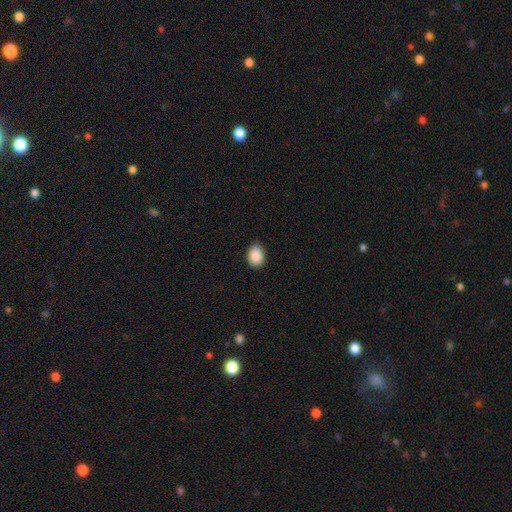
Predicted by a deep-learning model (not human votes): smooth-or-featured: smooth: 90% | star or artifact: 7% | featured or disk: 3%
  how-rounded: in between: 71% | round: 28% | cigar-shaped: 1%
  merging: none: 82% | minor disturbance: 15% | major disturbance: 2% | merger: 1%